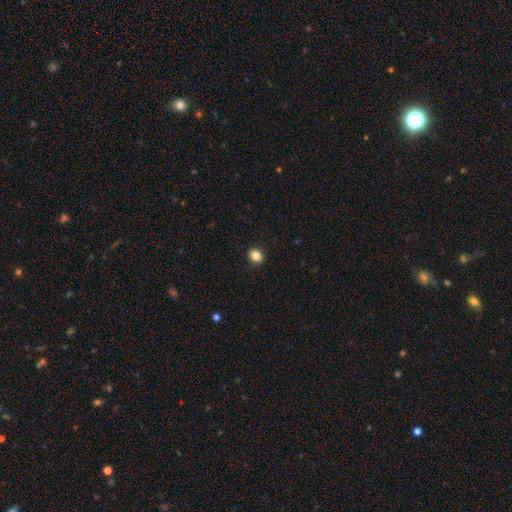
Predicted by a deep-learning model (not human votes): This appears to be a smooth galaxy with no disk features (85%) that is round (50%). Merging: none (90%).